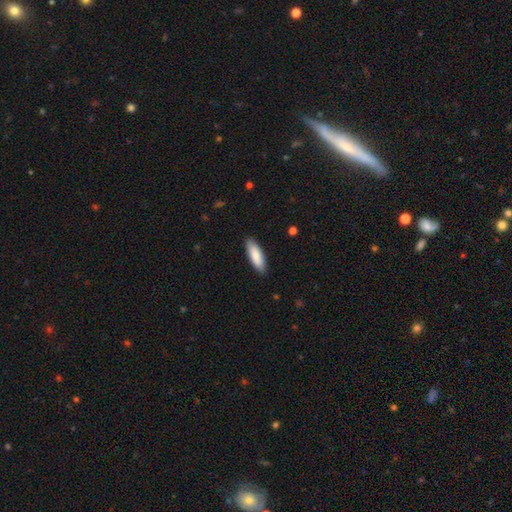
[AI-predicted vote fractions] The model was most divided on "how rounded": in between: 59%, cigar-shaped: 39%, round: 1%. More confident: merging — none (89%); smooth or featured — smooth (84%).